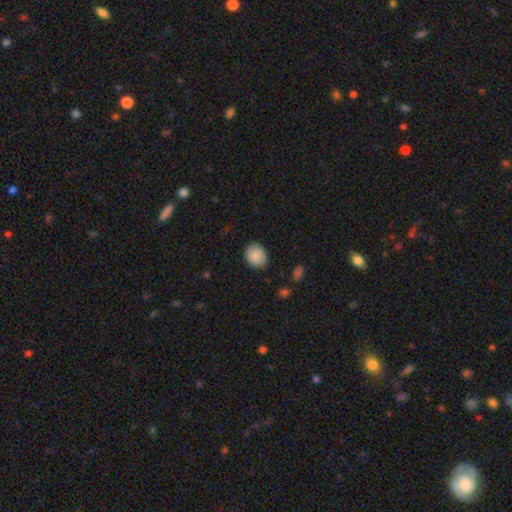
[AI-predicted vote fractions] Smooth or featured?
  - smooth: 89% *
  - star or artifact: 7%
  - featured or disk: 3%
How rounded?
  - round: 64% *
  - in between: 36%
  - cigar-shaped: 1%
Merging?
  - none: 88% *
  - minor disturbance: 9%
  - major disturbance: 2%
  - merger: 1%